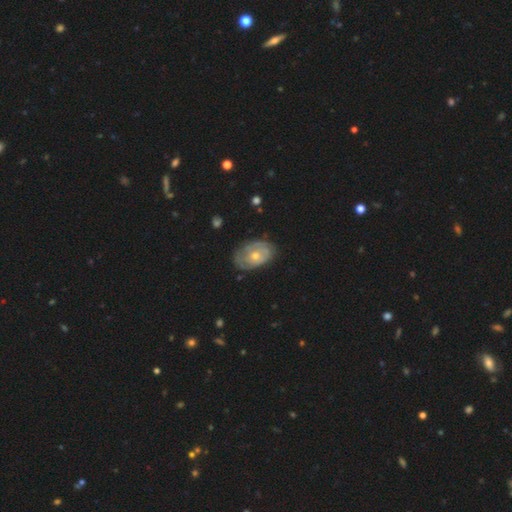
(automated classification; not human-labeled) Smooth or featured? featured or disk (65%)
Edge-on disk? no (95%)
Bar? no (83%)
Spiral arms? yes (66%)
Bulge size? moderate (55%)
Merging? none (73%)